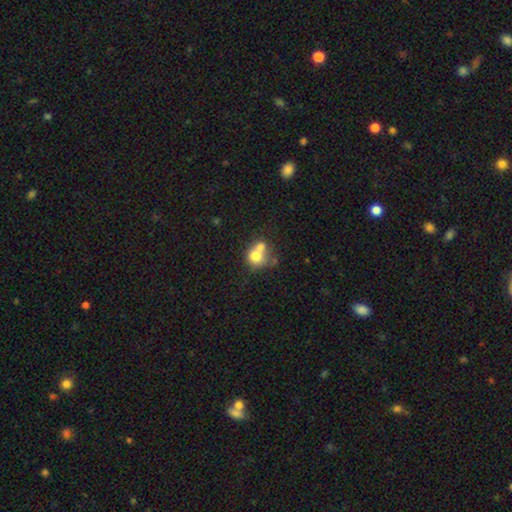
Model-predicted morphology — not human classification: A smooth galaxy with no disk features (69%) that is round (72%).

Vote fractions:
- Smooth or featured? smooth: 69% / featured or disk: 20% / star or artifact: 11%
- How rounded? round: 72% / in between: 27% / cigar-shaped: 1%
- Merging? merger: 55% / none: 30% / minor disturbance: 10% / major disturbance: 5%